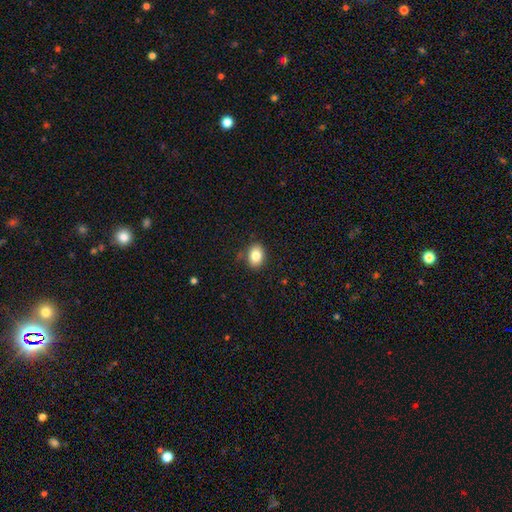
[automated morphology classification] smooth 82%, star or artifact 9%, featured or disk 9%. Down the decision tree: how rounded — in between (71%); merging — none (83%).